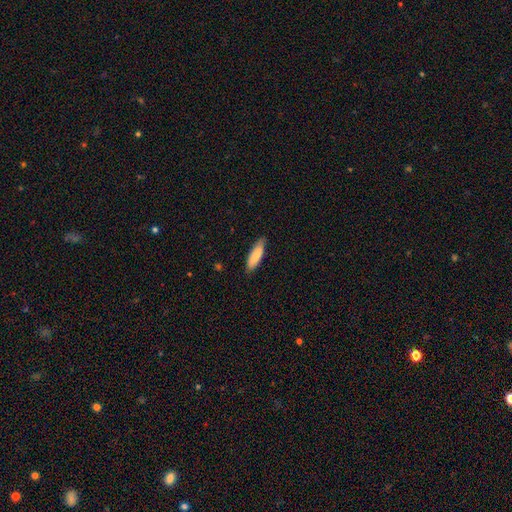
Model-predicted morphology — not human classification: Smooth or featured? Predicted: smooth (p=0.83). How rounded? Predicted: cigar-shaped (p=0.57). Merging? Predicted: none (p=0.85).